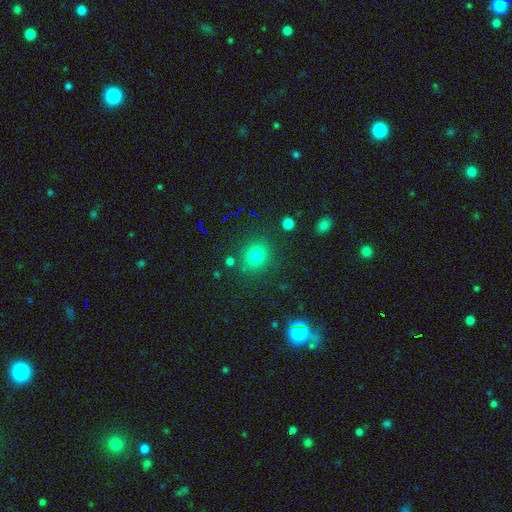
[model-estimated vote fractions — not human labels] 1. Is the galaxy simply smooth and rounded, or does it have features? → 72% smooth, 21% star or artifact, 7% featured or disk.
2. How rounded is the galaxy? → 75% round, 23% in between, 1% cigar-shaped.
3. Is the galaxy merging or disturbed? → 83% none, 10% minor disturbance, 4% merger, 4% major disturbance.